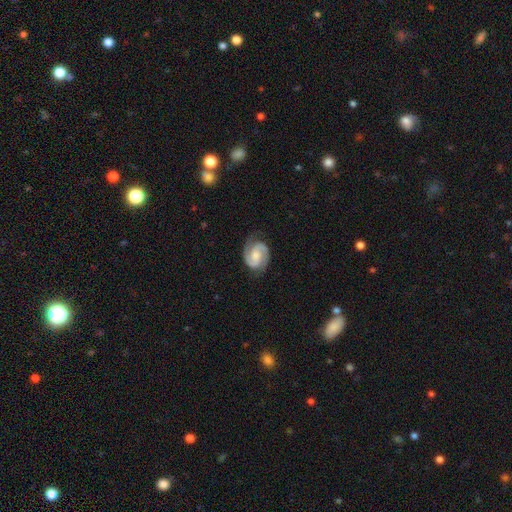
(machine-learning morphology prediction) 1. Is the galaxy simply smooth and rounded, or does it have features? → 87% featured or disk, 8% smooth, 5% star or artifact.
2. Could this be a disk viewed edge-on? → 98% no, 2% yes.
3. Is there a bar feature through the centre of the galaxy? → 48% no, 40% weak, 12% strong.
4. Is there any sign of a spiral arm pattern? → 98% yes, 2% no.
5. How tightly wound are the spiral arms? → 49% medium, 39% tight, 12% loose.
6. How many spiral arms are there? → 93% 2, 2% can't tell, 2% 1, 1% 3, 1% 4, 1% more than 4.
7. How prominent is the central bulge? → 41% moderate, 28% small, 19% none, 10% large, 2% dominant.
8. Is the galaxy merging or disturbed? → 80% none, 15% minor disturbance, 5% major disturbance, 1% merger.